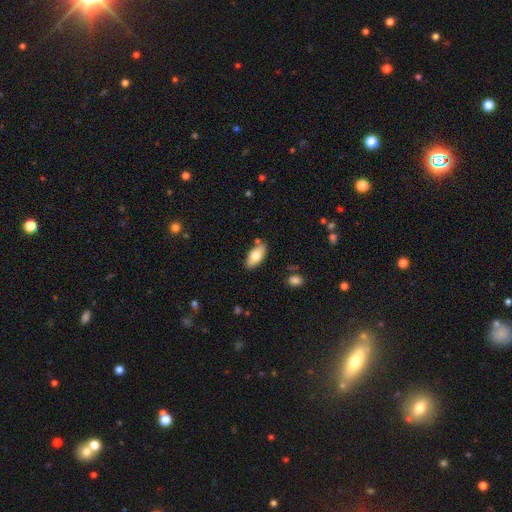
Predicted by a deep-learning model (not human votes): This appears to be a smooth galaxy with no disk features (74%) that is in between round and cigar-shaped (88%). Merging: none (81%).